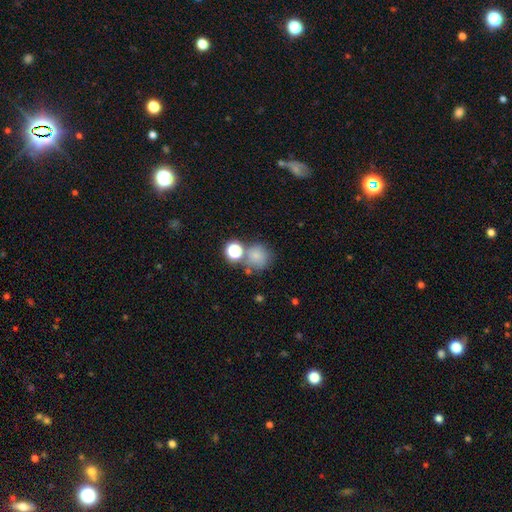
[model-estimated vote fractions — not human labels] Smooth or featured? Predicted: smooth (p=0.75). How rounded? Predicted: round (p=0.87). Merging? Predicted: none (p=0.56).